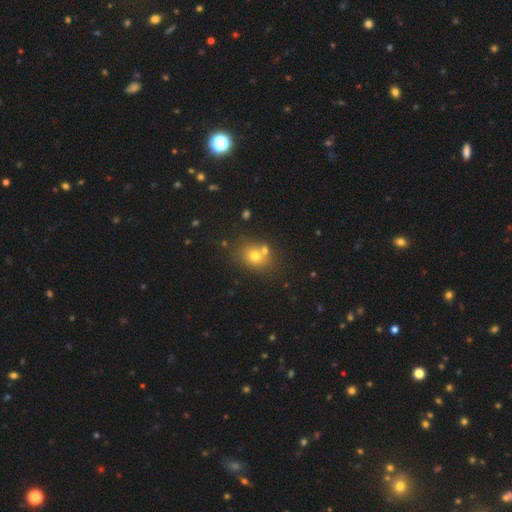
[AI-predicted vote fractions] Smooth or featured?
  - smooth: 70% *
  - star or artifact: 15%
  - featured or disk: 14%
How rounded?
  - round: 60% *
  - in between: 39%
  - cigar-shaped: 1%
Merging?
  - none: 57% *
  - merger: 28%
  - minor disturbance: 11%
  - major disturbance: 4%